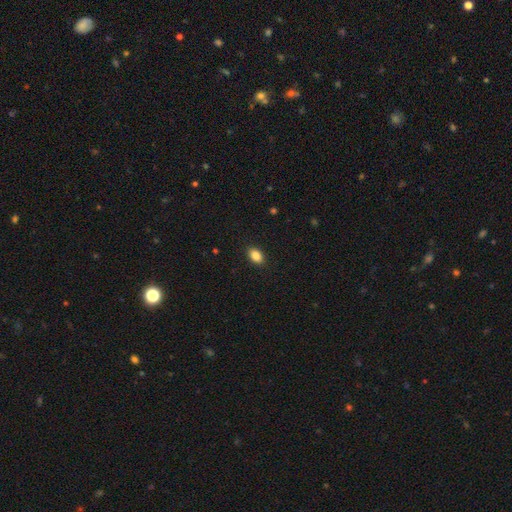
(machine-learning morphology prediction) smooth 87%, star or artifact 8%, featured or disk 4%. Down the decision tree: how rounded — in between (86%); merging — none (90%).